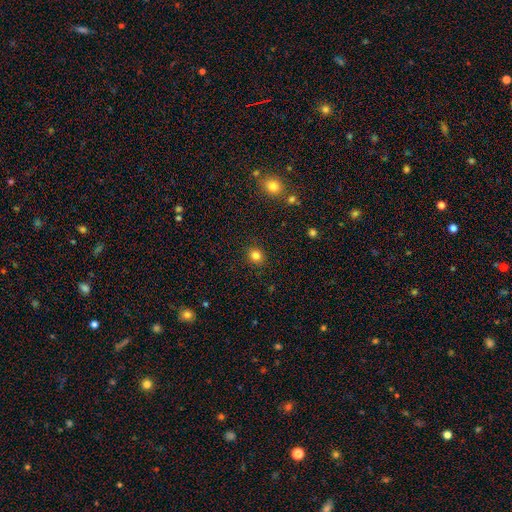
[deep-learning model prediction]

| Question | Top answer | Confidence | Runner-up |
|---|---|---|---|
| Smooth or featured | smooth | 83% | star or artifact (12%) |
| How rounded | round | 75% | in between (24%) |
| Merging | none | 89% | minor disturbance (8%) |